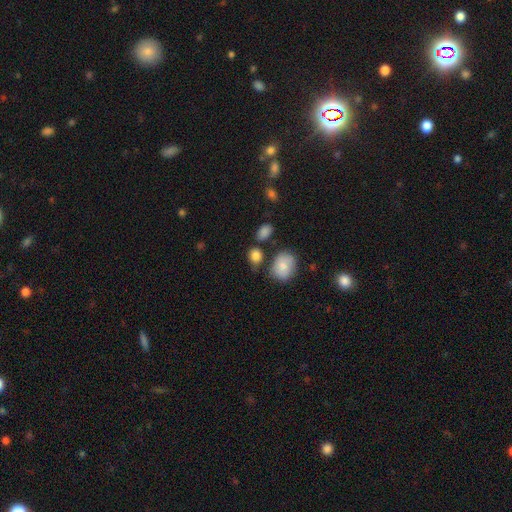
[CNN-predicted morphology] Smooth or featured? smooth (84%)
How rounded? round (52%)
Merging? none (66%)